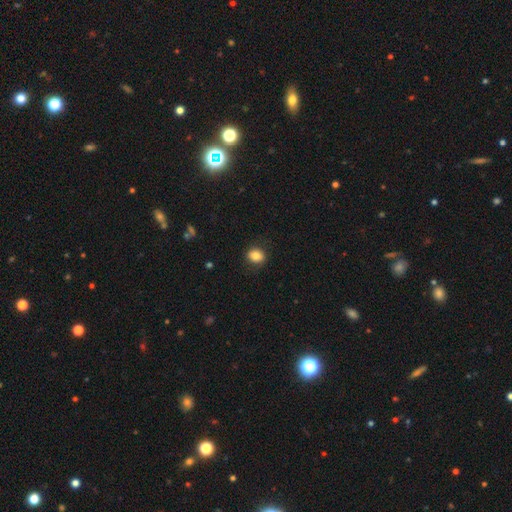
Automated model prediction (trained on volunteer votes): A smooth galaxy with no disk features (81%) that is round (59%).

Vote fractions:
- Smooth or featured? smooth: 81% / star or artifact: 9% / featured or disk: 9%
- How rounded? round: 59% / in between: 40% / cigar-shaped: 1%
- Merging? none: 85% / minor disturbance: 11% / major disturbance: 3% / merger: 1%